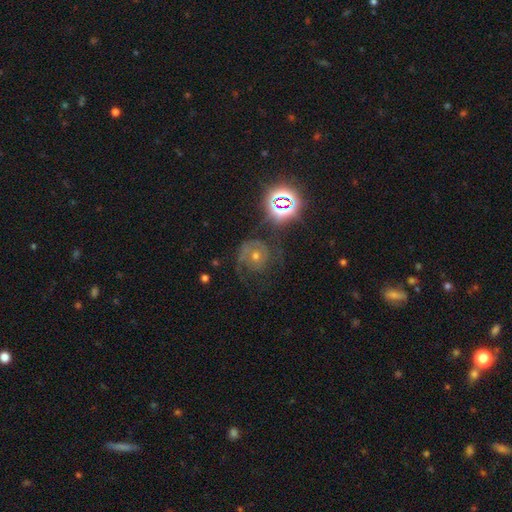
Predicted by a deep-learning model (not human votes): This appears to be a featured or disk galaxy (61%) with no bar (78%), spiral arms (85%) and a moderate central bulge (54%). Merging: none (57%).